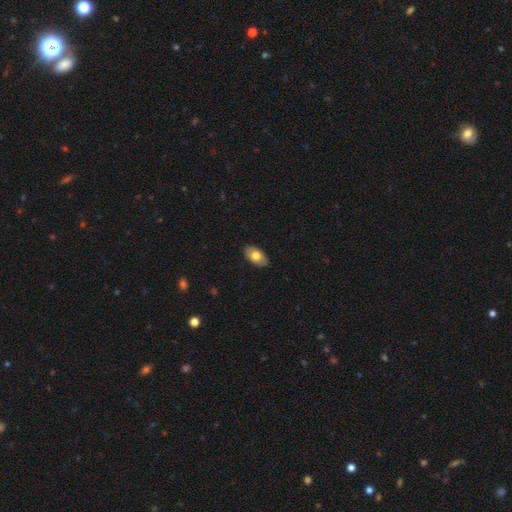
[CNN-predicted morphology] A smooth galaxy with no disk features (75%) that is in between round and cigar-shaped (93%).

Vote fractions:
- Smooth or featured? smooth: 75% / featured or disk: 18% / star or artifact: 7%
- How rounded? in between: 93% / round: 6% / cigar-shaped: 2%
- Merging? none: 86% / minor disturbance: 11% / major disturbance: 2% / merger: 1%